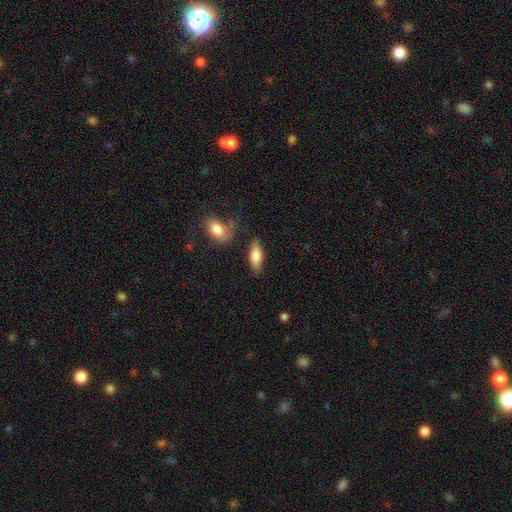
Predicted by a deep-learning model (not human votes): Q: Smooth or featured?
A: smooth (75%); runner-up: featured or disk (19%)
Q: How rounded?
A: in between (68%); runner-up: cigar-shaped (29%)
Q: Merging?
A: none (78%); runner-up: minor disturbance (13%)